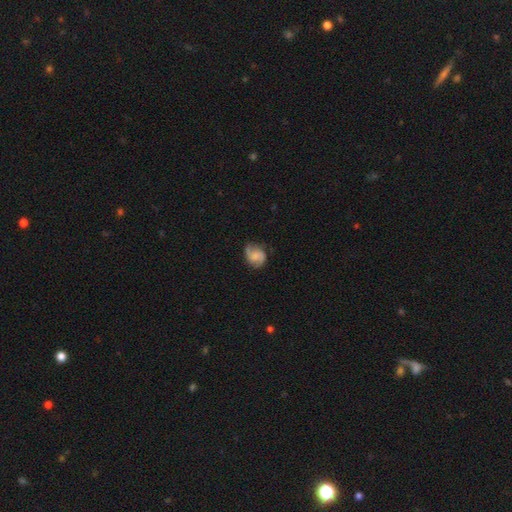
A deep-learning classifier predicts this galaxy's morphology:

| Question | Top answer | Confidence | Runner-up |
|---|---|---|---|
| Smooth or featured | featured or disk | 56% | smooth (37%) |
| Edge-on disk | no | 98% | yes (2%) |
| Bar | no | 61% | weak (33%) |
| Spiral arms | yes | 92% | no (8%) |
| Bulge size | small | 35% | tied: none (35%) |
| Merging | none | 66% | minor disturbance (24%) |